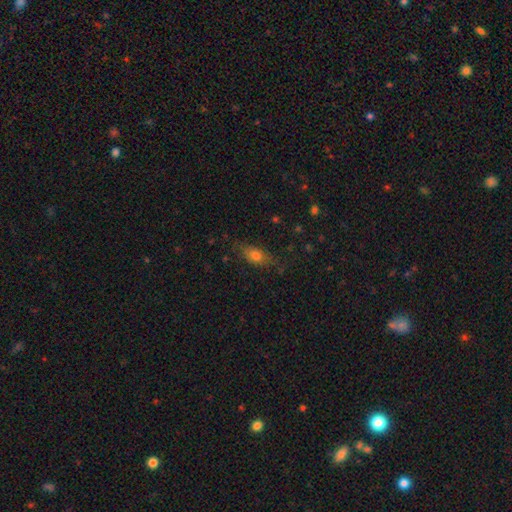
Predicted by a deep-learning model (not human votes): Smooth or featured? Predicted: smooth (p=0.75). How rounded? Predicted: in between (p=0.79). Merging? Predicted: none (p=0.71).